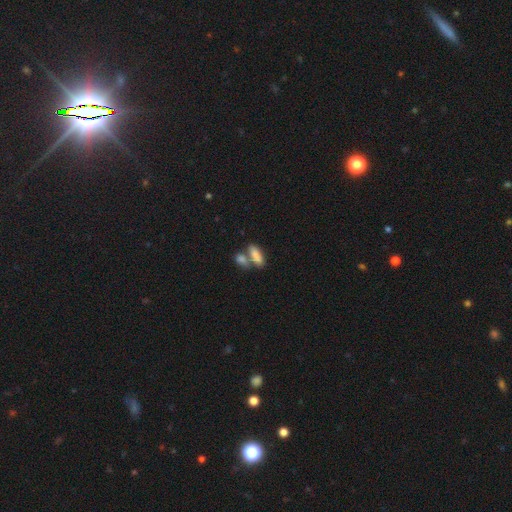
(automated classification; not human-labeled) Q: Smooth or featured?
A: smooth (83%); runner-up: featured or disk (9%)
Q: How rounded?
A: in between (78%); runner-up: cigar-shaped (18%)
Q: Merging?
A: merger (51%); runner-up: none (36%)